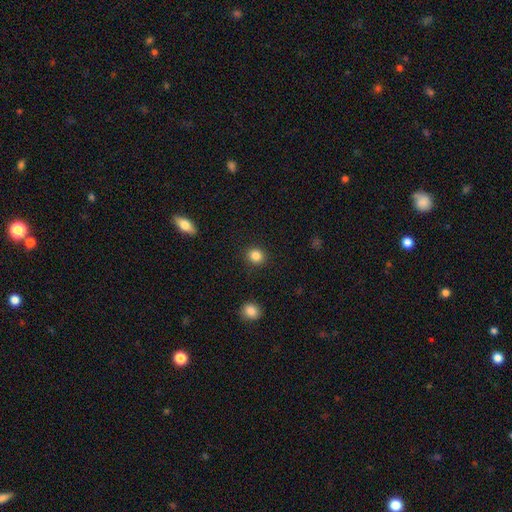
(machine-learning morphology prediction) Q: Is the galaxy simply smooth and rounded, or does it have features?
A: smooth — 85%.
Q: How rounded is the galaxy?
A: round — 84%.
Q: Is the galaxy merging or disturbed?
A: none — 91%.